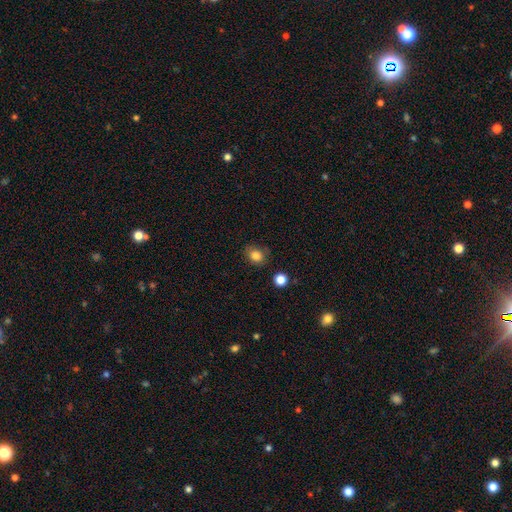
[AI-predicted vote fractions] Morphology: type=smooth (84%); roundness=round (55%); merging=none (75%).